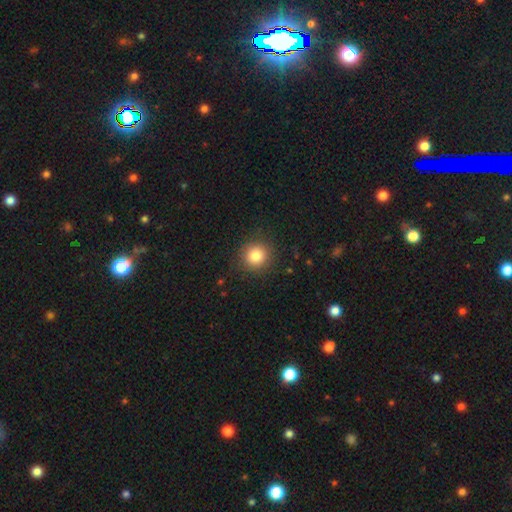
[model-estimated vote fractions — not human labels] Q: Smooth or featured?
A: smooth (84%); runner-up: star or artifact (11%)
Q: How rounded?
A: round (92%); runner-up: in between (7%)
Q: Merging?
A: none (89%); runner-up: minor disturbance (7%)